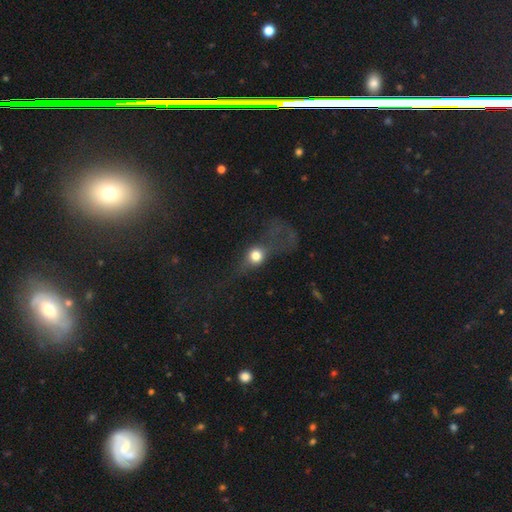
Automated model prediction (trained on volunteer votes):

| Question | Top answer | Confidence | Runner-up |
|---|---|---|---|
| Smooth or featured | smooth | 58% | featured or disk (29%) |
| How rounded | round | 68% | in between (26%) |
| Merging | major disturbance | 53% | none (28%) |